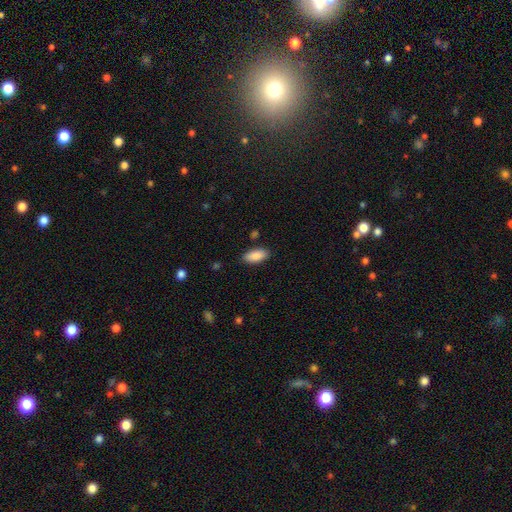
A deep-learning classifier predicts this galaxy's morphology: smooth_or_featured: smooth (p=0.88) [alt: star or artifact p=0.06]
how_rounded: in between (p=0.89) [alt: cigar-shaped p=0.10]
merging: none (p=0.87) [alt: minor disturbance p=0.09]